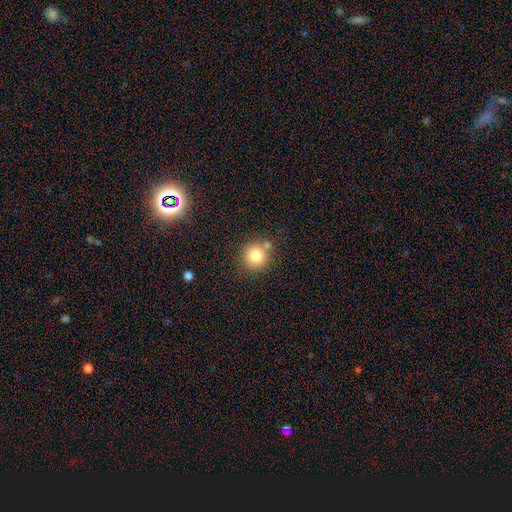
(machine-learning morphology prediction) This is likely a smooth galaxy (80%). How rounded: clearly round (92%). Merging: likely none (71%).